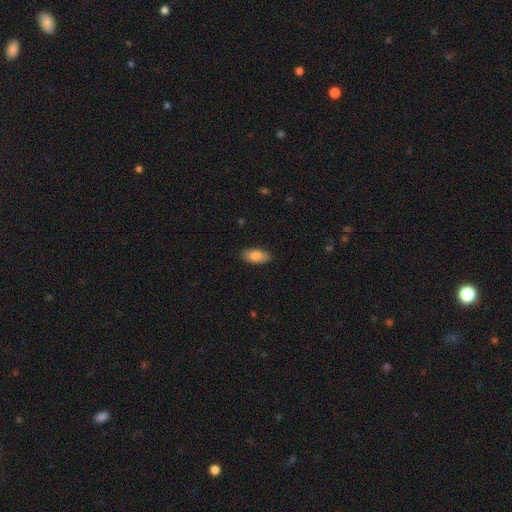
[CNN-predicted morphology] Overall: smooth (83%). How rounded: in between (92%). Merging: none (88%).